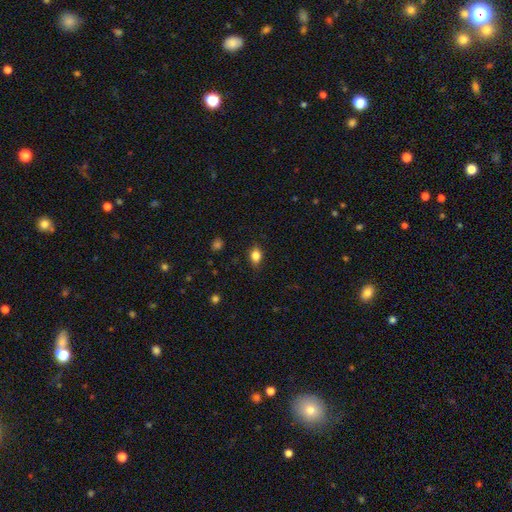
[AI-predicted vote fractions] smooth-or-featured: smooth: 83% | star or artifact: 10% | featured or disk: 7%
  how-rounded: in between: 63% | round: 35% | cigar-shaped: 2%
  merging: none: 81% | minor disturbance: 15% | major disturbance: 3% | merger: 1%